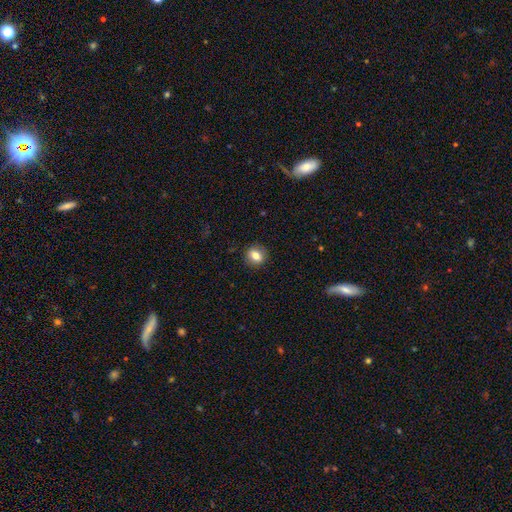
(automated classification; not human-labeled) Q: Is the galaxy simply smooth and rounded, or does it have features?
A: smooth — 80%.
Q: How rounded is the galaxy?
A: round — 69%.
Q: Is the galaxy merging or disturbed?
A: none — 89%.